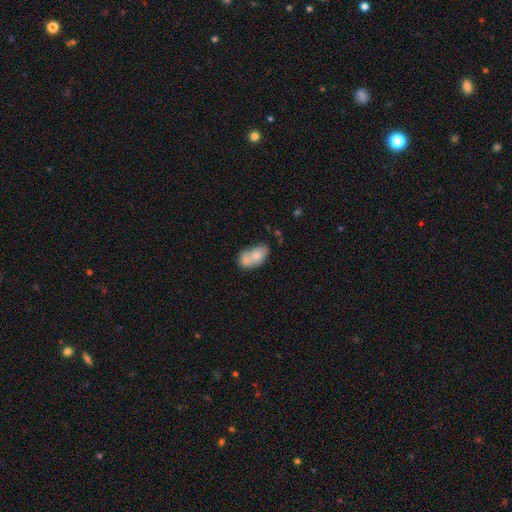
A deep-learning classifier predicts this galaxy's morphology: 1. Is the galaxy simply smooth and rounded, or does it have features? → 72% smooth, 21% featured or disk, 7% star or artifact.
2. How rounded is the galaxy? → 83% in between, 15% round, 2% cigar-shaped.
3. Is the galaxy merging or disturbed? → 65% merger, 21% none, 10% minor disturbance, 5% major disturbance.